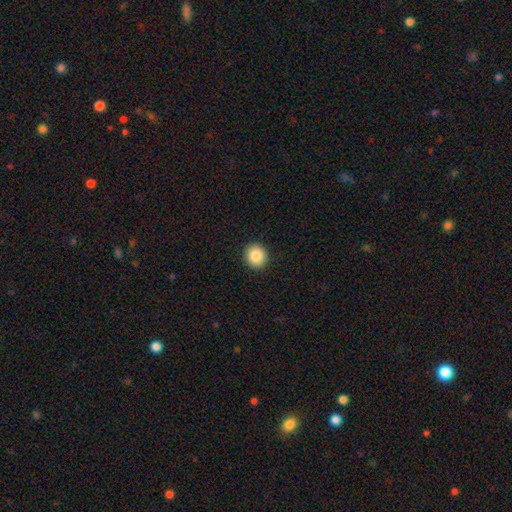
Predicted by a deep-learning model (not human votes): A smooth galaxy with no disk features (86%) that is round (88%). Merging: none (92%).